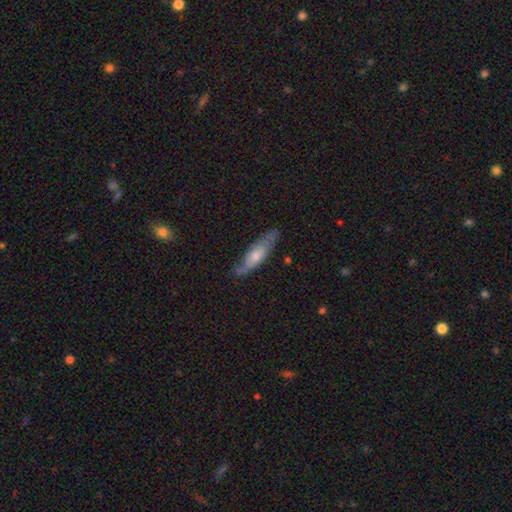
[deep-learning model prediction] The model was most divided on "edge-on disk": no: 51%, yes: 49%. More confident: merging — none (74%); smooth or featured — featured or disk (54%).